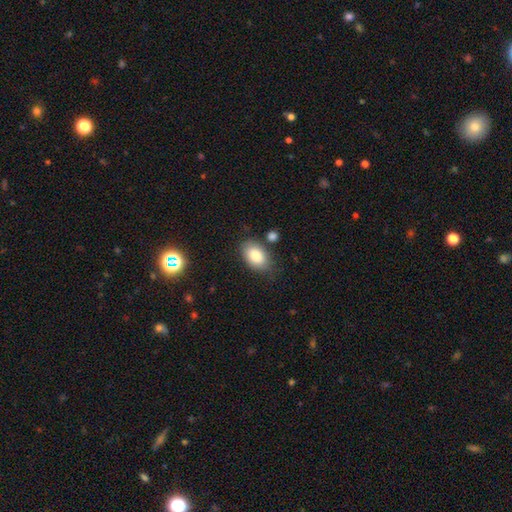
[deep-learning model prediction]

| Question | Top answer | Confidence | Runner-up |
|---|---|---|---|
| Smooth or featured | smooth | 83% | featured or disk (9%) |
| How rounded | in between | 90% | round (9%) |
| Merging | none | 75% | minor disturbance (16%) |